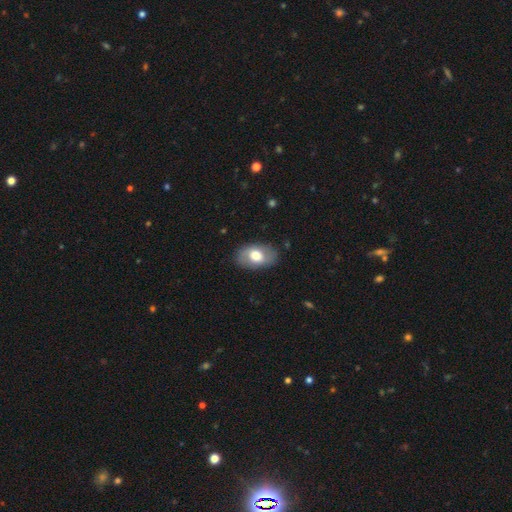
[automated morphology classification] Smooth or featured: smooth — 62% (featured or disk — 31%)
How rounded: in between — 90% (round — 9%)
Merging: none — 80% (minor disturbance — 14%)